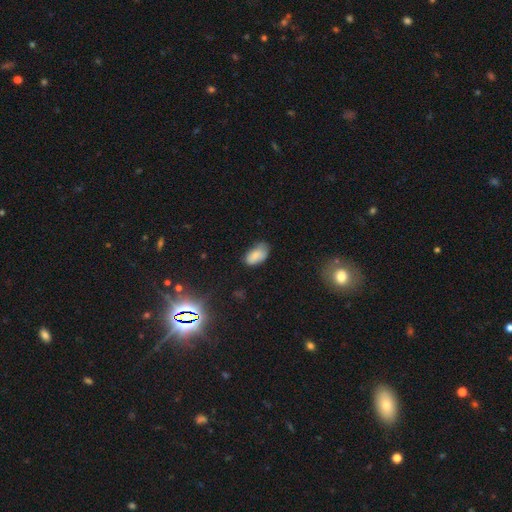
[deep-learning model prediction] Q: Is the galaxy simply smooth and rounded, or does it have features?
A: smooth — 81%.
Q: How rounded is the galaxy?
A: in between — 93%.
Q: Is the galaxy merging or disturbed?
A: none — 55%.